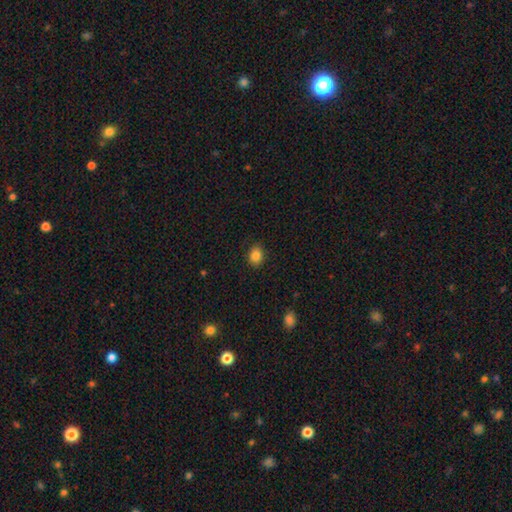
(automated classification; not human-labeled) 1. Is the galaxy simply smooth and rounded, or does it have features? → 84% smooth, 11% star or artifact, 5% featured or disk.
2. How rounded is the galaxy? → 55% round, 44% in between, 1% cigar-shaped.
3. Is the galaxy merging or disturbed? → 88% none, 9% minor disturbance, 2% major disturbance, 1% merger.